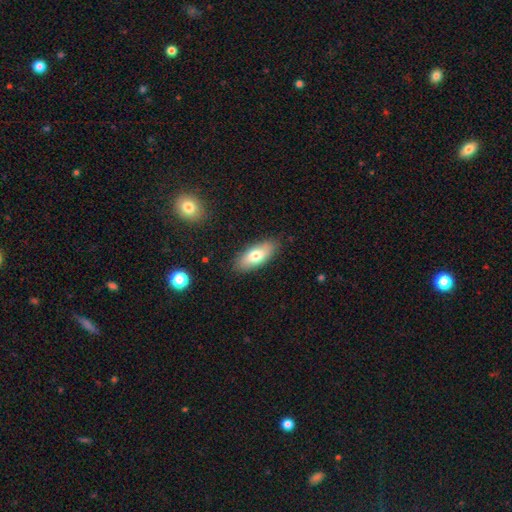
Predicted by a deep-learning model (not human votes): The model was most divided on "smooth or featured": smooth: 72%, featured or disk: 21%, star or artifact: 6%. More confident: merging — none (84%); how rounded — in between (82%).